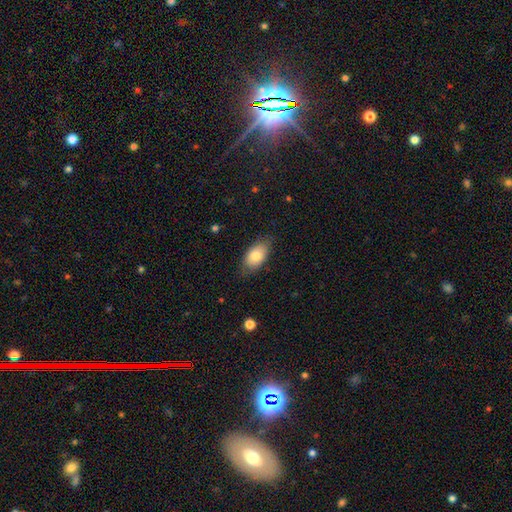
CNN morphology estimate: Smooth or featured? smooth (79%)
How rounded? in between (91%)
Merging? none (76%)